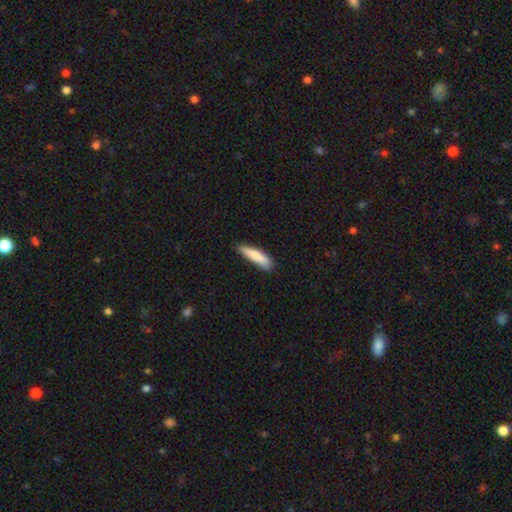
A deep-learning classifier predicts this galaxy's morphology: smooth 83%, featured or disk 11%, star or artifact 6%. Down the decision tree: how rounded — cigar-shaped (76%); merging — none (72%).